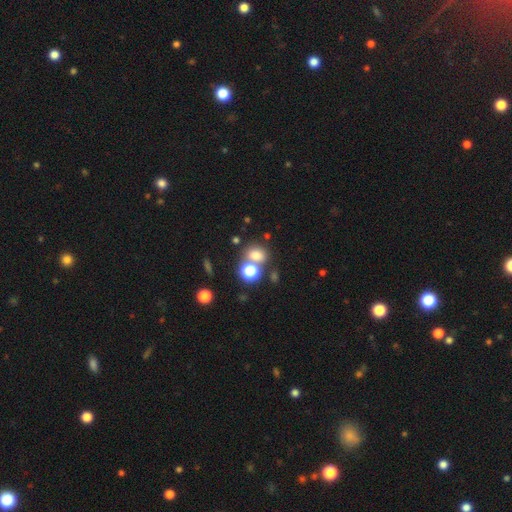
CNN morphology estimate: Smooth or featured? smooth (72%)
How rounded? round (62%)
Merging? none (54%)